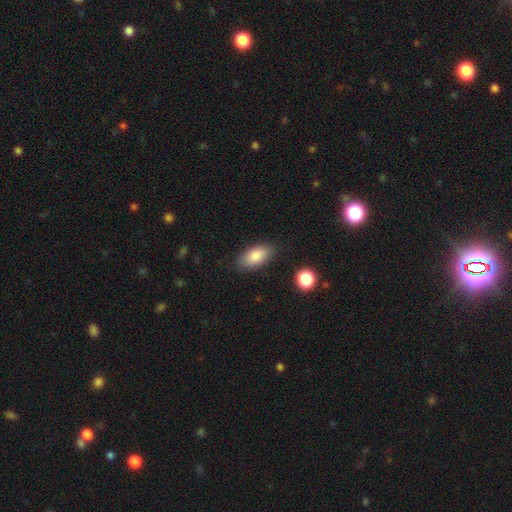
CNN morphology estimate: This appears to be a smooth galaxy with no disk features (84%) that is in between round and cigar-shaped (90%). Merging: none (84%).